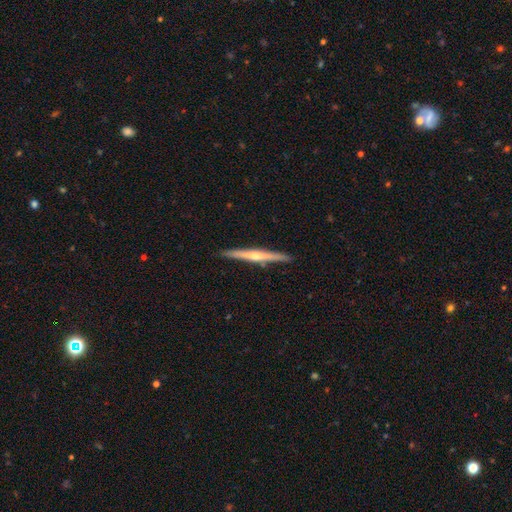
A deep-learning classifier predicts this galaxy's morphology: smooth-or-featured: featured or disk: 69% | smooth: 25% | star or artifact: 5%
  disk-edge-on: yes: 98% | no: 2%
    edge-on-bulge: rounded: 77% | none: 19% | boxy: 4%
  merging: none: 91% | minor disturbance: 7% | merger: 1% | major disturbance: 1%